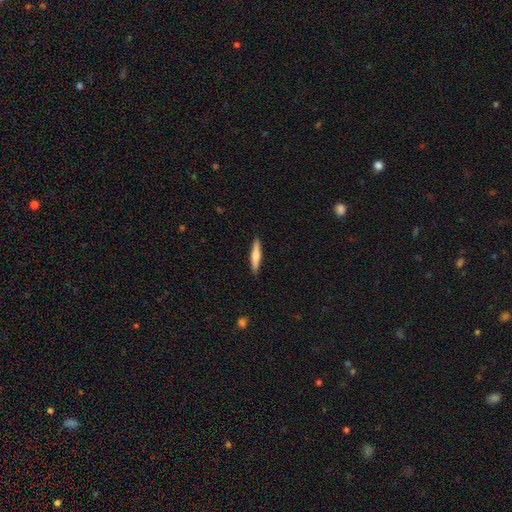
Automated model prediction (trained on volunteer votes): The model was most divided on "smooth or featured": smooth: 59%, featured or disk: 36%, star or artifact: 5%. More confident: merging — none (91%); how rounded — cigar-shaped (89%).